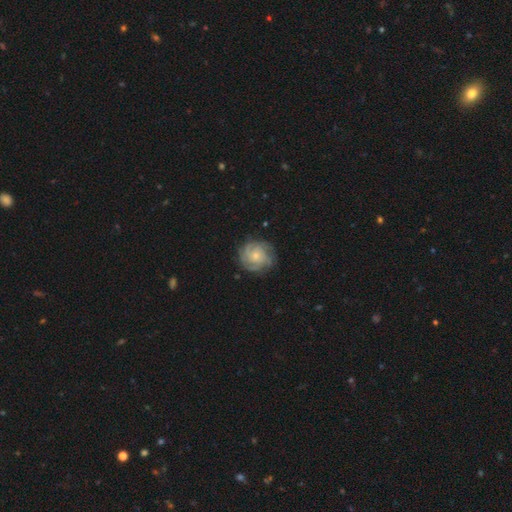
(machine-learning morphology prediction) Smooth or featured? featured or disk (79%)
Edge-on disk? no (98%)
Bar? no (78%)
Spiral arms? yes (96%)
Spiral winding? tight (69%)
Spiral arm count? 4 (27%)
Bulge size? small (61%)
Merging? none (82%)